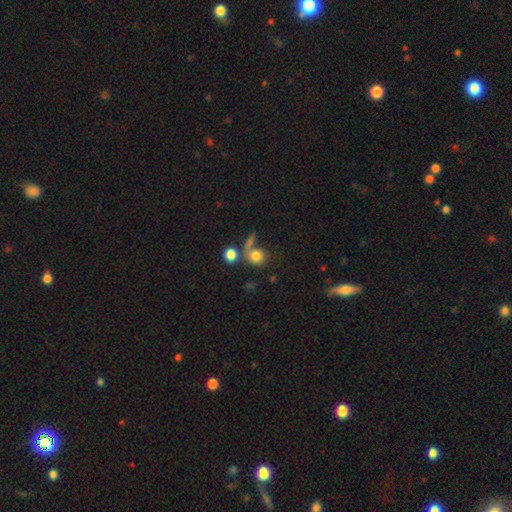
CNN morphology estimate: A smooth galaxy with no disk features (74%) that is round (75%).

Vote fractions:
- Smooth or featured? smooth: 74% / featured or disk: 15% / star or artifact: 11%
- How rounded? round: 75% / in between: 22% / cigar-shaped: 2%
- Merging? none: 41% / merger: 33% / major disturbance: 15% / minor disturbance: 12%